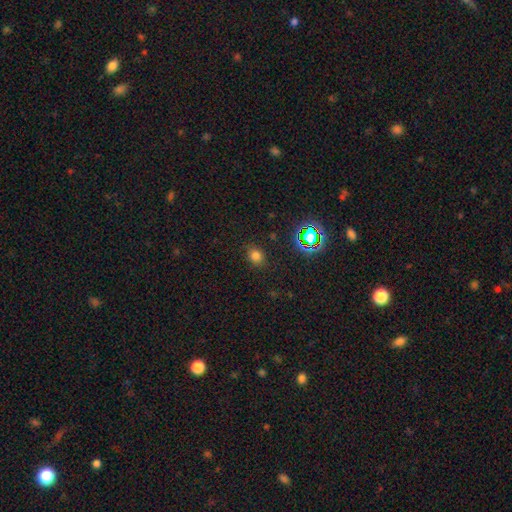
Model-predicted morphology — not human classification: A smooth galaxy with no disk features (74%) that is round (54%). Merging: none (84%).